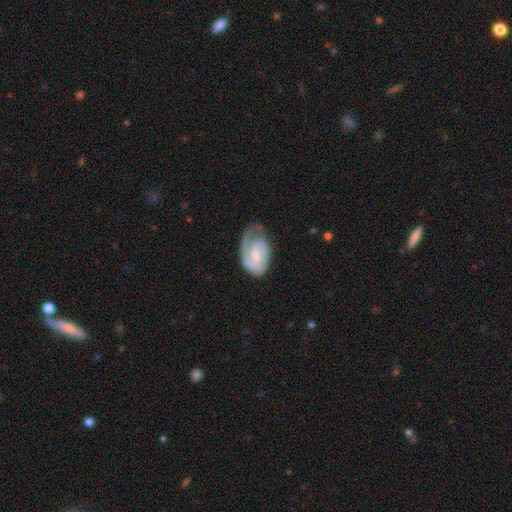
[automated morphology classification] Q: Smooth or featured?
A: featured or disk (76%); runner-up: smooth (19%)
Q: Edge-on disk?
A: no (97%); runner-up: yes (3%)
Q: Bar?
A: weak (49%); runner-up: no (39%)
Q: Spiral arms?
A: yes (93%); runner-up: no (7%)
Q: Spiral winding?
A: tight (52%); runner-up: medium (36%)
Q: Spiral arm count?
A: 1 (48%); runner-up: 2 (37%)
Q: Bulge size?
A: small (42%); runner-up: moderate (35%)
Q: Merging?
A: none (49%); runner-up: minor disturbance (30%)